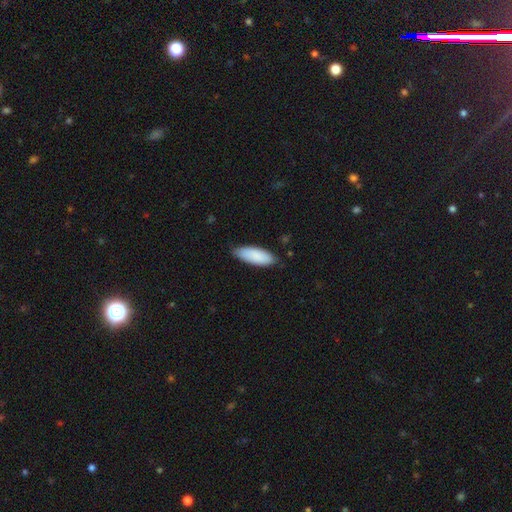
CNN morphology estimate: Smooth or featured: smooth — 88% (featured or disk — 6%)
How rounded: in between — 76% (cigar-shaped — 23%)
Merging: none — 78% (minor disturbance — 18%)